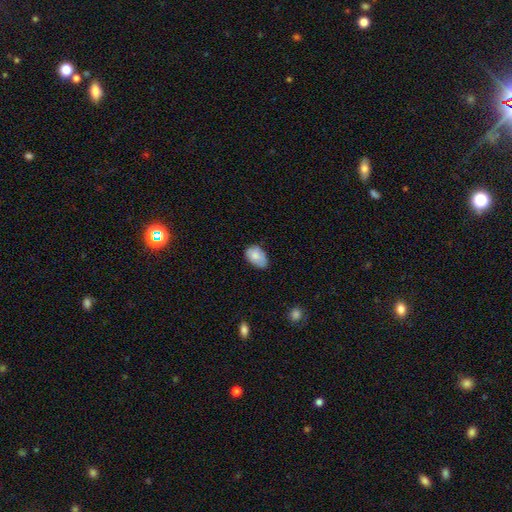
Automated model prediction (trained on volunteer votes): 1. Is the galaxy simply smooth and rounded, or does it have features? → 81% smooth, 12% featured or disk, 7% star or artifact.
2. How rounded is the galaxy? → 88% in between, 11% round, 1% cigar-shaped.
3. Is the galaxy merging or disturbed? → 54% none, 38% minor disturbance, 7% major disturbance, 2% merger.